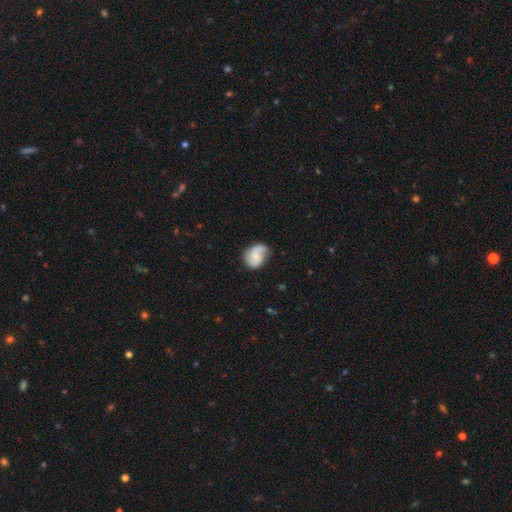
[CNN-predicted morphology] Overall: featured or disk (57%; smooth 36%). Edge-on disk: no (98%). Bar: no (62%; weak 33%). Spiral arms: yes (91%). Spiral arm count: 2 (70%). Spiral winding: medium (42%; loose 33%). Bulge size: small (44%; none 27%). Merging: none (57%; minor disturbance 28%).